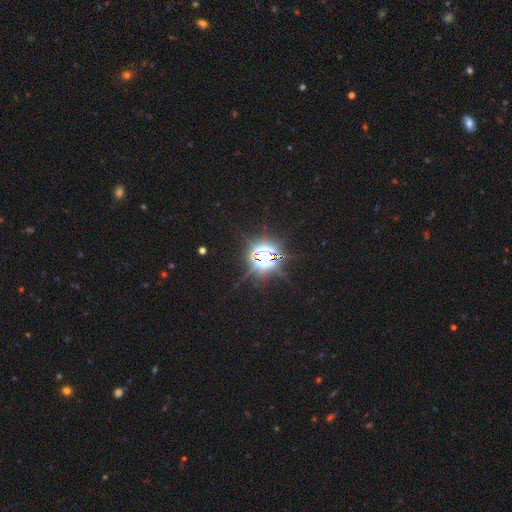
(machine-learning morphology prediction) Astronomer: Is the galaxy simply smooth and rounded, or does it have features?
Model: star or artifact — 81%.